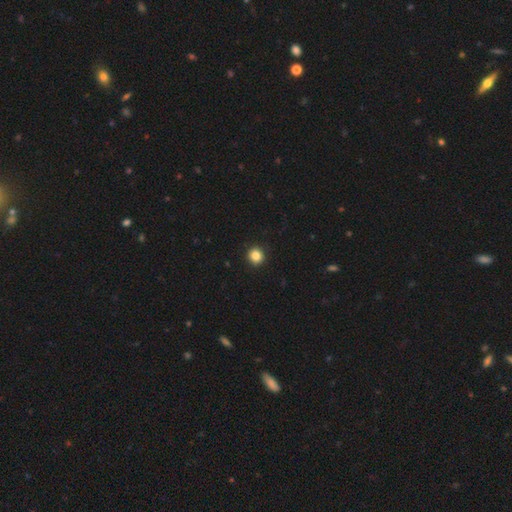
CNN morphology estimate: Smooth or featured: smooth — 85% (star or artifact — 11%)
How rounded: round — 92% (in between — 7%)
Merging: none — 93% (minor disturbance — 5%)